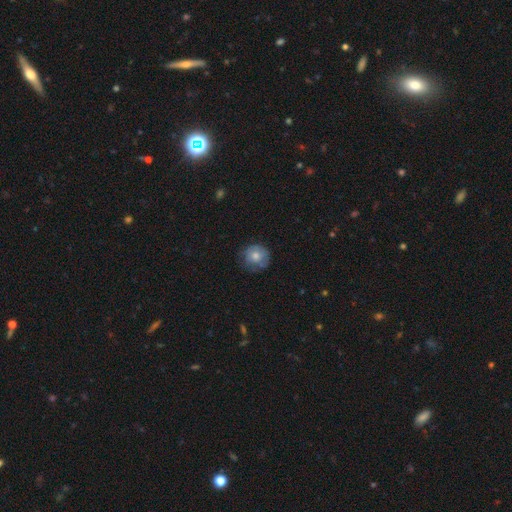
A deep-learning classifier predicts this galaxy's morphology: Overall: smooth (65%; featured or disk 26%). How rounded: round (87%). Merging: none (66%).